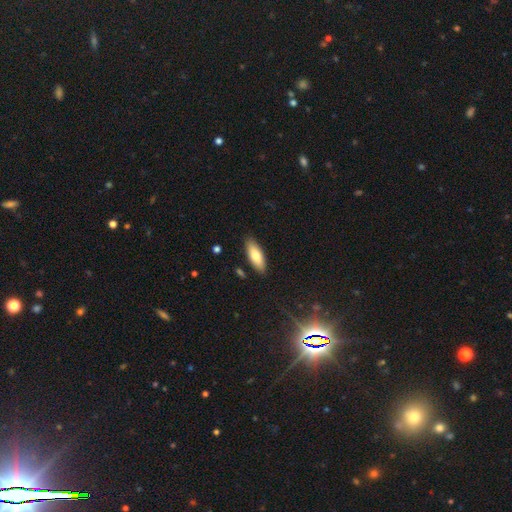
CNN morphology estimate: A smooth galaxy with no disk features (77%) that is in between round and cigar-shaped (70%).

Vote fractions:
- Smooth or featured? smooth: 77% / featured or disk: 17% / star or artifact: 6%
- How rounded? in between: 70% / cigar-shaped: 28% / round: 2%
- Merging? none: 86% / minor disturbance: 10% / major disturbance: 2% / merger: 2%